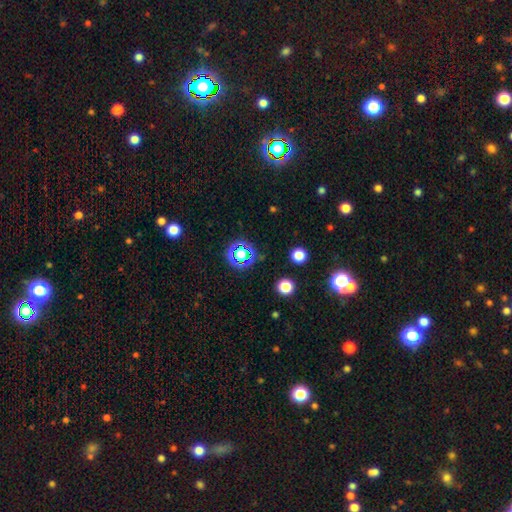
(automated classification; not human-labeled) Smooth or featured: star or artifact — 69% (smooth — 22%)